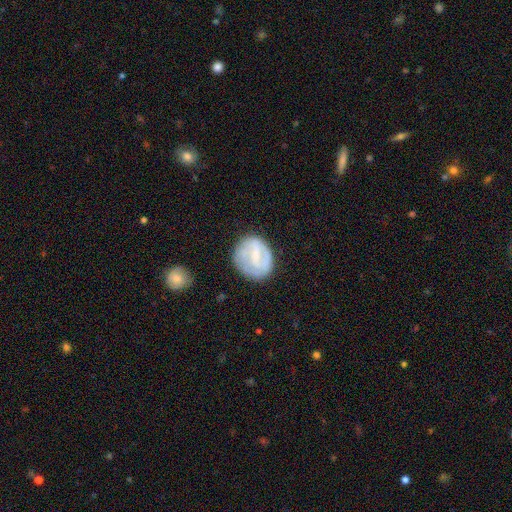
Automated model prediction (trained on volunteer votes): Smooth or featured?
  - featured or disk: 51% *
  - smooth: 42%
  - star or artifact: 7%
Edge-on disk?
  - no: 97% *
  - yes: 3%
Merging?
  - none: 68% *
  - minor disturbance: 20%
  - major disturbance: 10%
  - merger: 2%